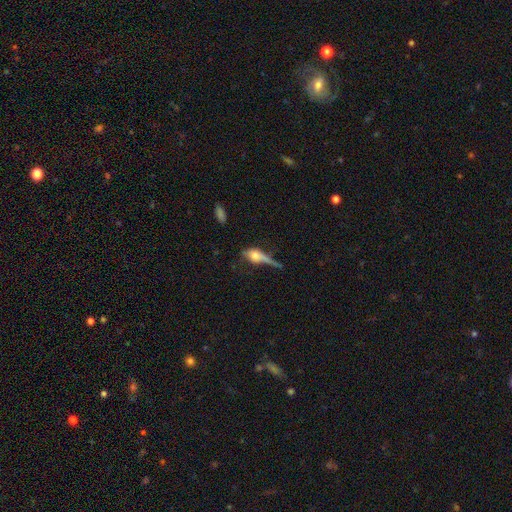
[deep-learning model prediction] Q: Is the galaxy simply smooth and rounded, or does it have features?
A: smooth — 51%.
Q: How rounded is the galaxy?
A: in between — 60%.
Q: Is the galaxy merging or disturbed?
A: major disturbance — 33%.